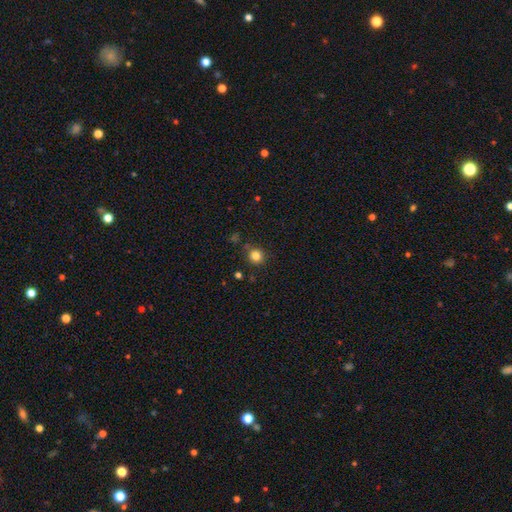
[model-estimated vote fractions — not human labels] smooth_or_featured: smooth (p=0.82) [alt: star or artifact p=0.13]
how_rounded: round (p=0.88) [alt: in between p=0.11]
merging: none (p=0.84) [alt: minor disturbance p=0.09]